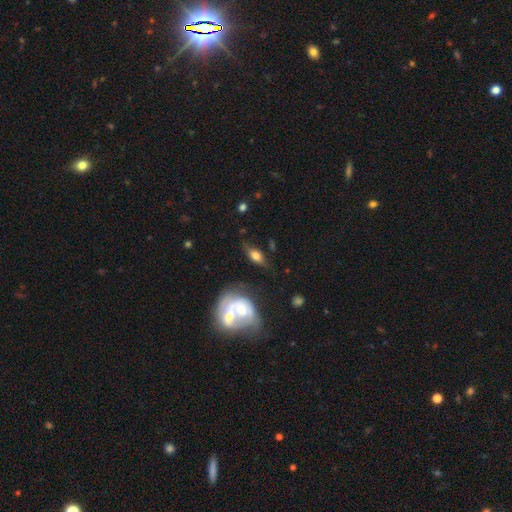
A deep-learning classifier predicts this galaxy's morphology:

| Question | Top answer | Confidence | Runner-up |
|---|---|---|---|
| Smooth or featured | smooth | 54% | featured or disk (38%) |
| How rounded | in between | 76% | cigar-shaped (15%) |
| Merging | none | 63% | minor disturbance (19%) |